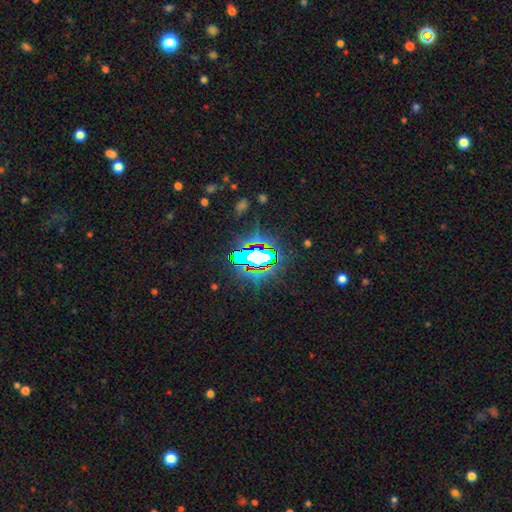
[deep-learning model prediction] A star or artifact, not a galaxy (67%).